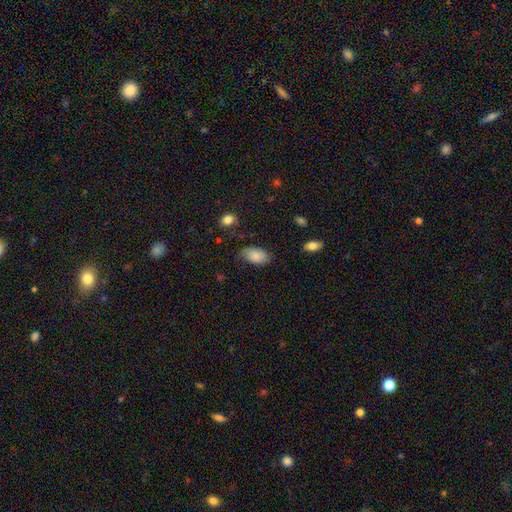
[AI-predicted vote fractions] smooth 82%, featured or disk 10%, star or artifact 7%. Down the decision tree: how rounded — in between (93%); merging — none (67%).